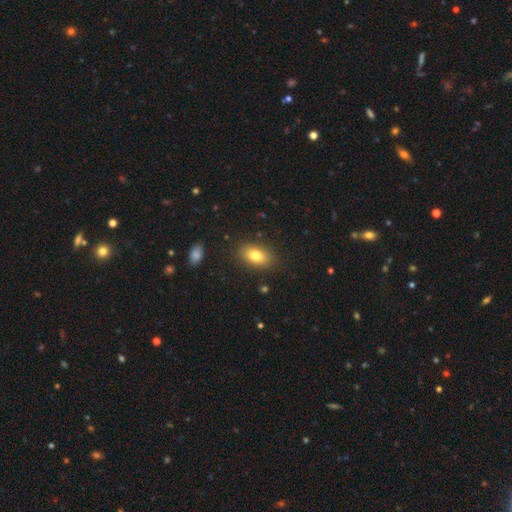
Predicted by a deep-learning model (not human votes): smooth 79%, featured or disk 12%, star or artifact 9%. Down the decision tree: how rounded — in between (87%); merging — none (86%).